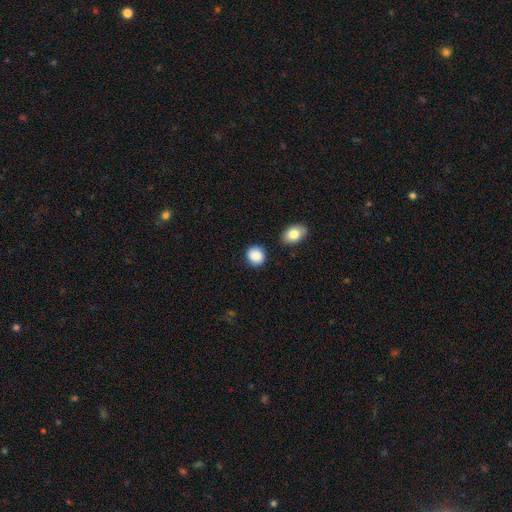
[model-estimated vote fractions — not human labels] Smooth or featured?
  - smooth: 88% *
  - star or artifact: 7%
  - featured or disk: 4%
How rounded?
  - round: 82% *
  - in between: 17%
  - cigar-shaped: 1%
Merging?
  - none: 83% *
  - minor disturbance: 11%
  - merger: 4%
  - major disturbance: 3%